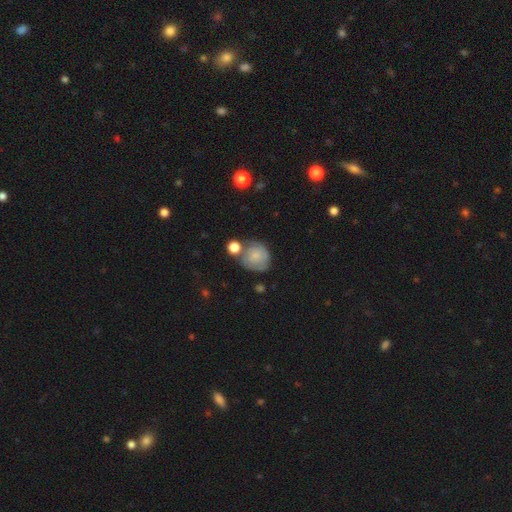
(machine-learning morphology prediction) smooth_or_featured: smooth (p=0.58) [alt: featured or disk p=0.33]
how_rounded: round (p=0.79) [alt: in between p=0.20]
merging: none (p=0.50) [alt: minor disturbance p=0.21]